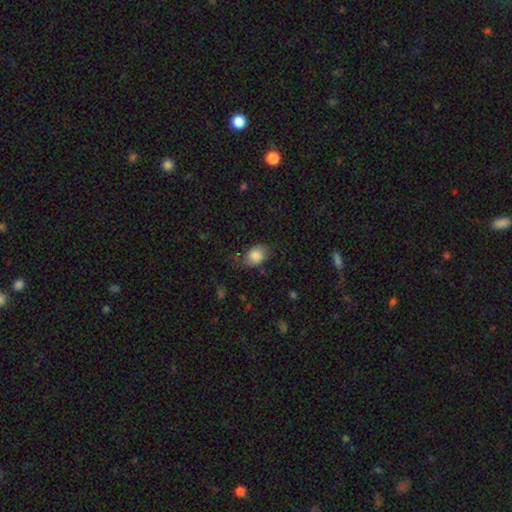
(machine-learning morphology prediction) The model was most divided on "how rounded": in between: 67%, round: 32%, cigar-shaped: 1%. More confident: smooth or featured — smooth (84%); merging — none (65%).